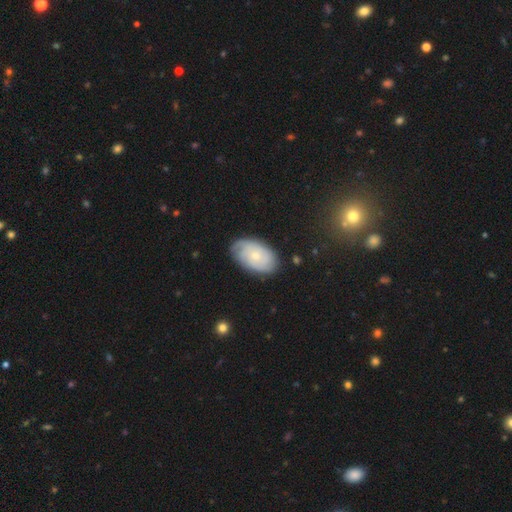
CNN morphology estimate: This is likely a featured or disk galaxy (64%). It is clearly not viewed edge-on (95%). Bar: clearly no (81%). Spiral arm pattern: clearly yes (89%). Spiral arm count: possibly can't tell (48%). Spiral winding: likely tight (68%). Central bulge: likely small (66%). Merging: likely none (78%).